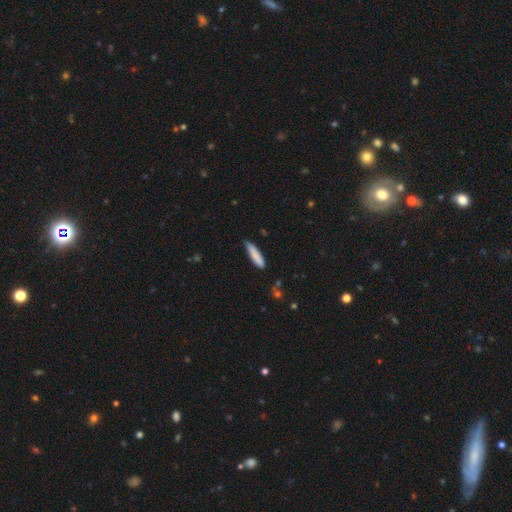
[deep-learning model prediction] The model was most divided on "merging": none: 76%, minor disturbance: 20%, major disturbance: 3%, merger: 2%. More confident: smooth or featured — smooth (84%); how rounded — cigar-shaped (82%).